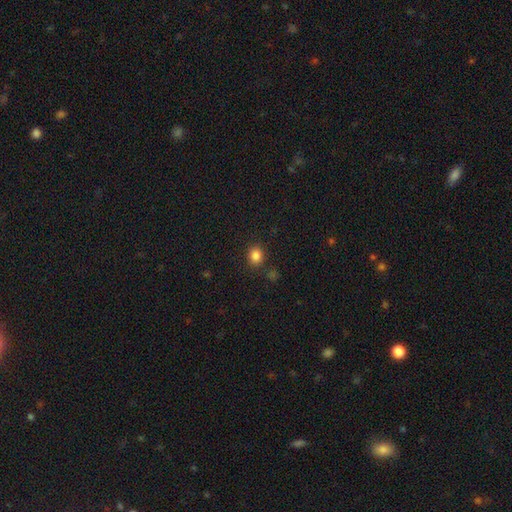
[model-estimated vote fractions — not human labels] A smooth galaxy with no disk features (84%) that is round (80%).

Vote fractions:
- Smooth or featured? smooth: 84% / star or artifact: 12% / featured or disk: 4%
- How rounded? round: 80% / in between: 19% / cigar-shaped: 1%
- Merging? none: 86% / minor disturbance: 8% / merger: 3% / major disturbance: 3%